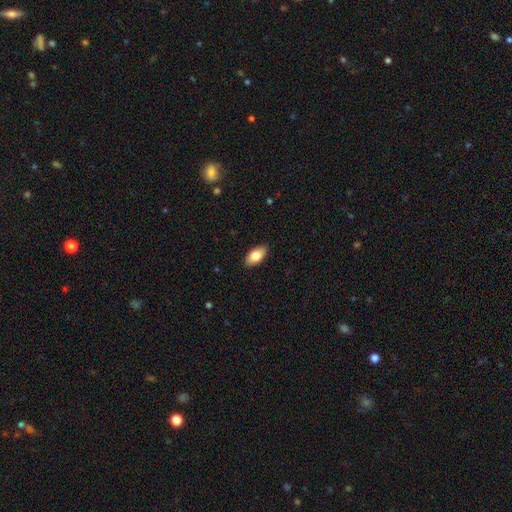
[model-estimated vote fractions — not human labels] A smooth galaxy with no disk features (82%) that is in between round and cigar-shaped (93%).

Vote fractions:
- Smooth or featured? smooth: 82% / featured or disk: 12% / star or artifact: 6%
- How rounded? in between: 93% / cigar-shaped: 4% / round: 3%
- Merging? none: 89% / minor disturbance: 9% / major disturbance: 2% / merger: 1%